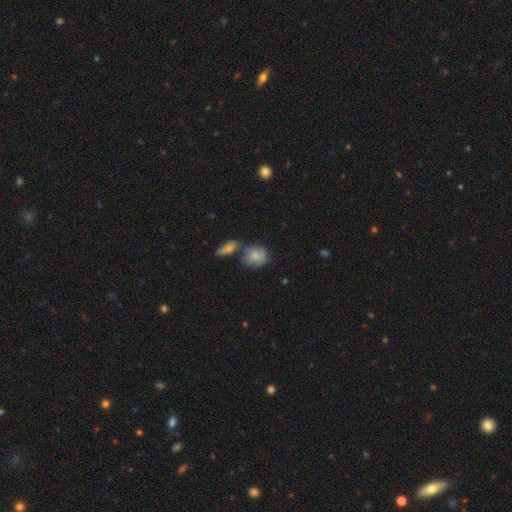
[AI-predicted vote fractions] A smooth galaxy with no disk features (70%) that is round (58%).

Vote fractions:
- Smooth or featured? smooth: 70% / featured or disk: 22% / star or artifact: 8%
- How rounded? round: 58% / in between: 40% / cigar-shaped: 2%
- Merging? none: 43% / merger: 30% / minor disturbance: 20% / major disturbance: 7%